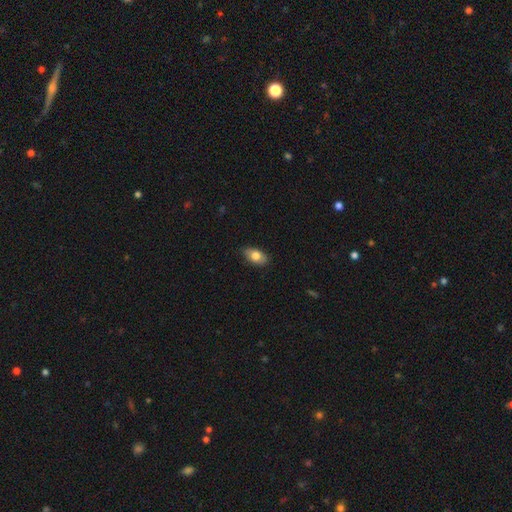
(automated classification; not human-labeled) Smooth or featured? smooth (80%)
How rounded? in between (91%)
Merging? none (84%)